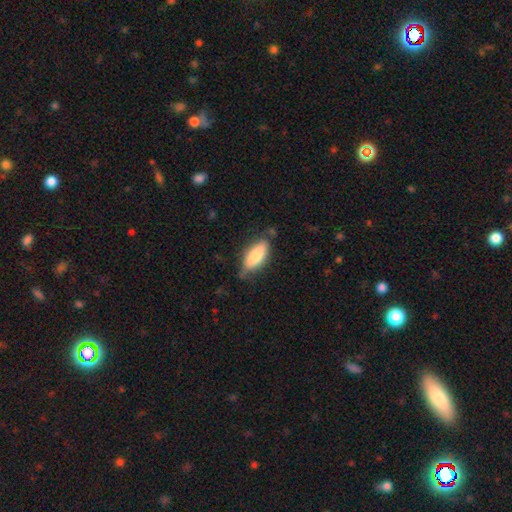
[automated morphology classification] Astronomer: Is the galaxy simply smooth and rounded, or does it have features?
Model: smooth — 78%.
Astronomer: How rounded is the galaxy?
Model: in between — 77%.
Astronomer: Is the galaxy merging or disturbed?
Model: none — 64%.